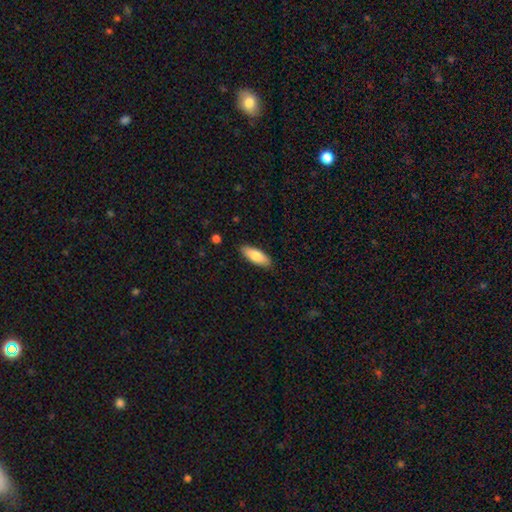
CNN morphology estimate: Smooth or featured? Predicted: smooth (p=0.81). How rounded? Predicted: in between (p=0.71). Merging? Predicted: none (p=0.89).